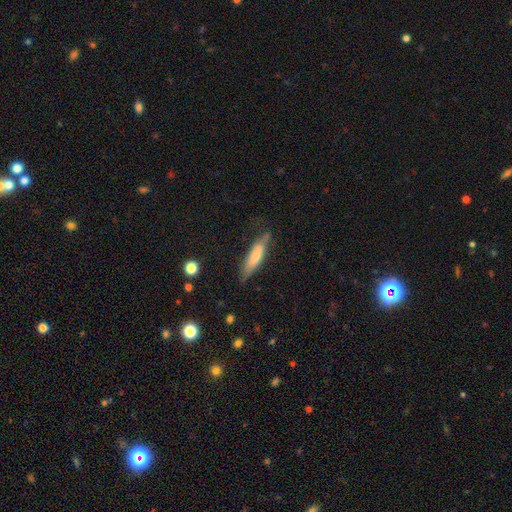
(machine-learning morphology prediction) Overall: smooth (66%; featured or disk 28%). How rounded: cigar-shaped (67%; in between 31%). Merging: none (67%).